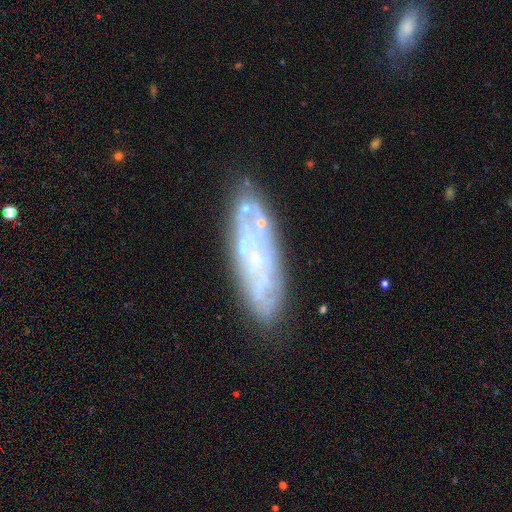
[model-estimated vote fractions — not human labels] smooth_or_featured: featured or disk (p=0.67) [alt: smooth p=0.24]
disk_edge_on: no (p=0.77) [alt: yes p=0.23]
bar: no (p=0.79) [alt: weak p=0.16]
has_spiral_arms: no (p=0.50) [tied with: yes p=0.50]
bulge_size: small (p=0.63) [alt: none p=0.24]
merging: none (p=0.75) [alt: minor disturbance p=0.16]